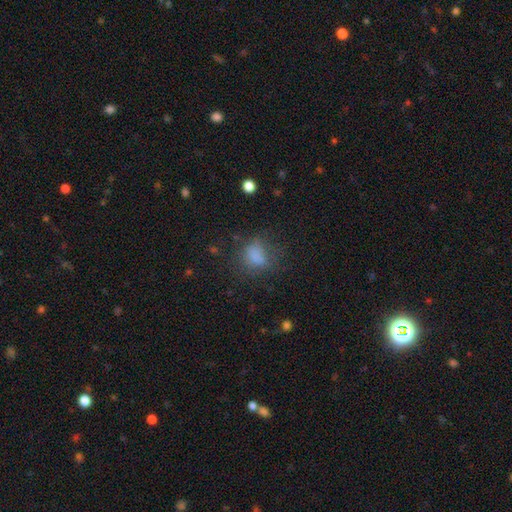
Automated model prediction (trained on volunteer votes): This appears to be a smooth galaxy with no disk features (71%) that is in between round and cigar-shaped (55%). Merging: none (50%).